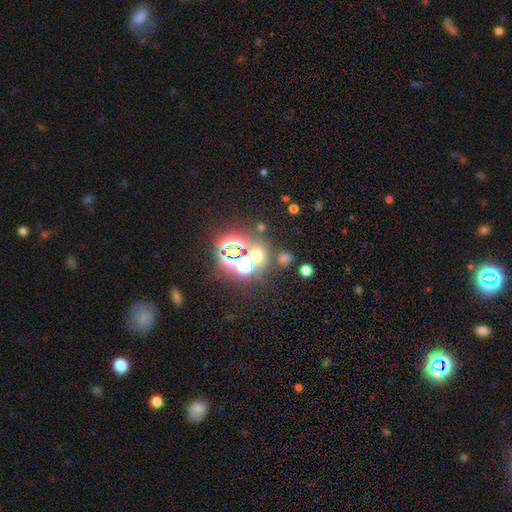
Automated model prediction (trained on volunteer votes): The model was most divided on "smooth or featured": star or artifact: 53%, smooth: 38%, featured or disk: 9%.